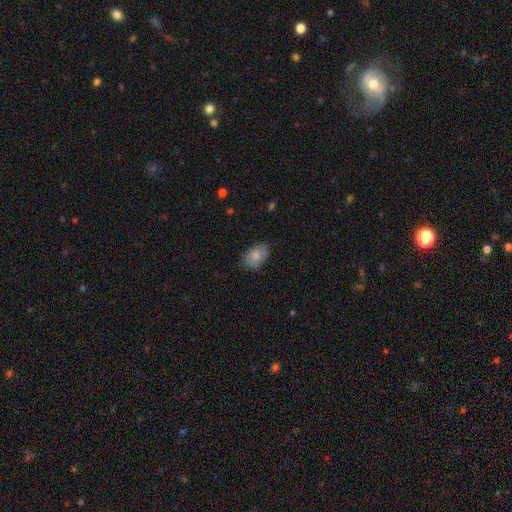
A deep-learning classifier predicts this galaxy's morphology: A smooth galaxy with no disk features (83%) that is in between round and cigar-shaped (88%). Merging: none (79%).